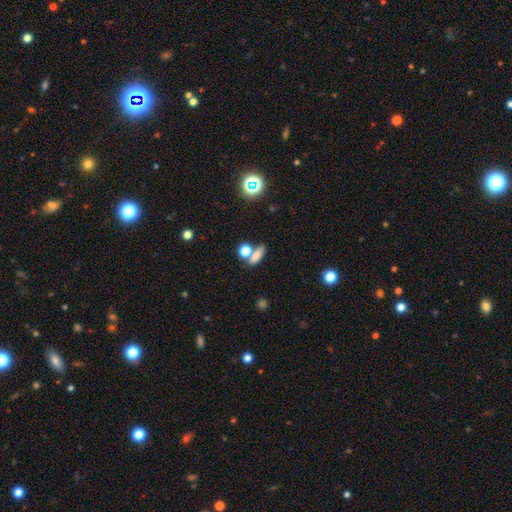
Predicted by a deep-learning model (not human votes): smooth 75%, star or artifact 14%, featured or disk 11%. Down the decision tree: how rounded — in between (48%); merging — none (55%).